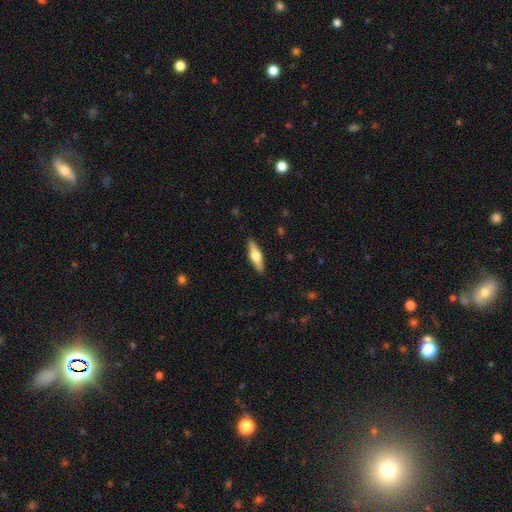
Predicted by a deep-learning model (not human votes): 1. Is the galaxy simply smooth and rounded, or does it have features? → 53% featured or disk, 42% smooth, 5% star or artifact.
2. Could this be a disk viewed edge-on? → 94% yes, 6% no.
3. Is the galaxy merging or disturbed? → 89% none, 8% minor disturbance, 2% major disturbance, 1% merger.